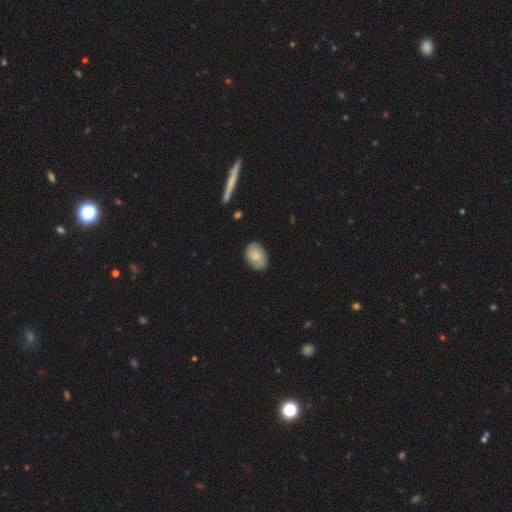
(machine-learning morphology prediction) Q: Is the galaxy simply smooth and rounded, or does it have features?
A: smooth — 77%.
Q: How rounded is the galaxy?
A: in between — 82%.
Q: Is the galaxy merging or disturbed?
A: none — 83%.